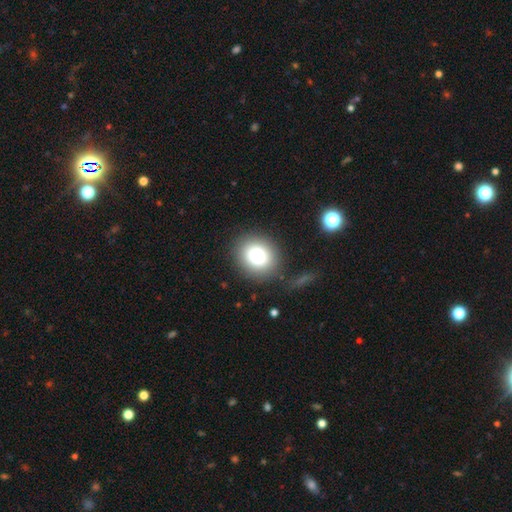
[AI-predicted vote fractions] smooth 79%, star or artifact 11%, featured or disk 10%. Down the decision tree: how rounded — round (78%); merging — none (85%).